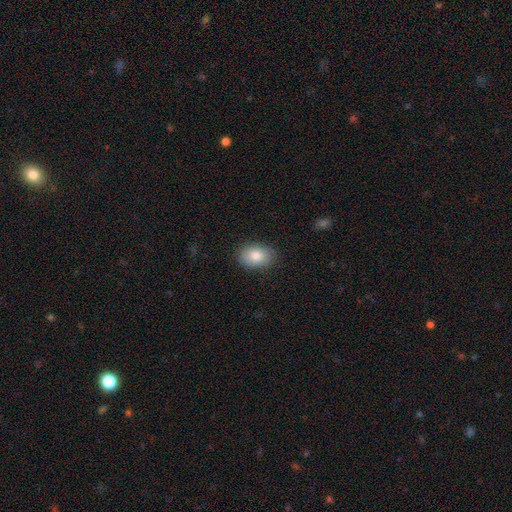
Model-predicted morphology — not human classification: type=smooth (81%); roundness=in between (80%); merging=none (85%).